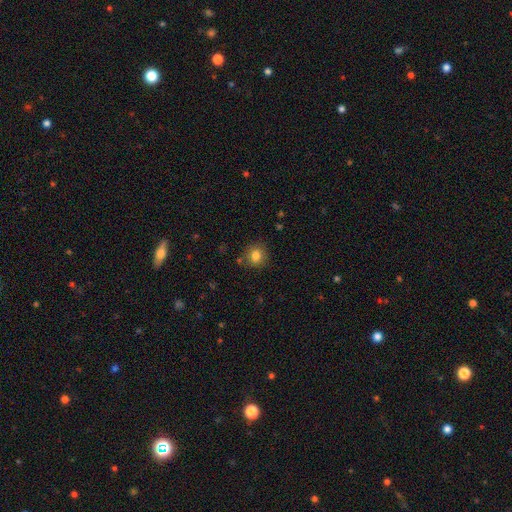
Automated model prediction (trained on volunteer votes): Morphology: type=smooth (82%); roundness=round (86%); merging=none (85%).